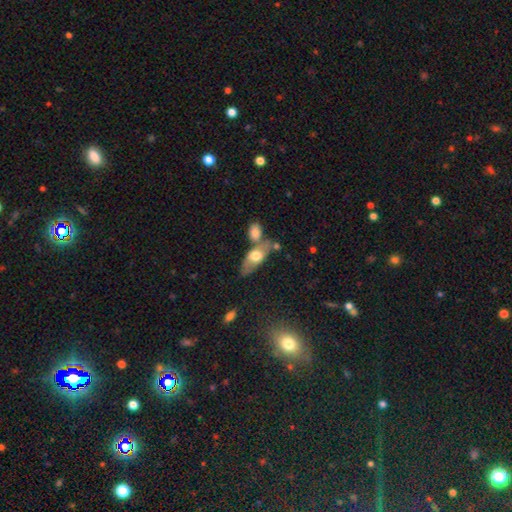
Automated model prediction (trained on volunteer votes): Smooth or featured: smooth — 59% (featured or disk — 34%)
How rounded: in between — 80% (cigar-shaped — 15%)
Merging: none — 43% (merger — 34%)